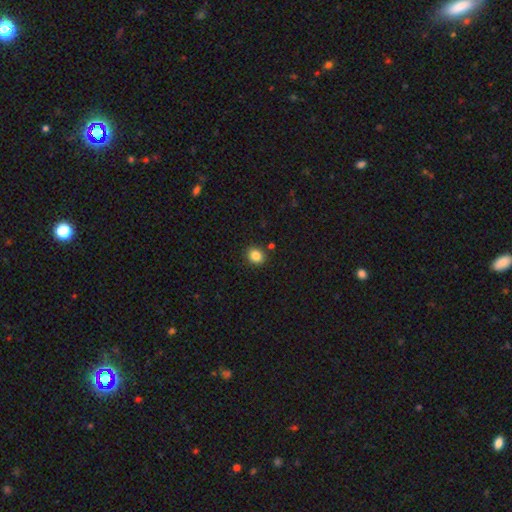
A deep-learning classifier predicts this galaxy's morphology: smooth 85%, star or artifact 10%, featured or disk 5%. Down the decision tree: how rounded — round (67%); merging — none (89%).